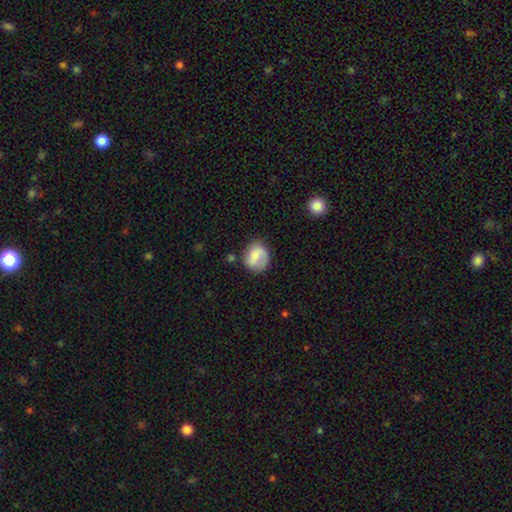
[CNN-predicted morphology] Smooth or featured? Predicted: smooth (p=0.63). How rounded? Predicted: round (p=0.69). Merging? Predicted: none (p=0.63).